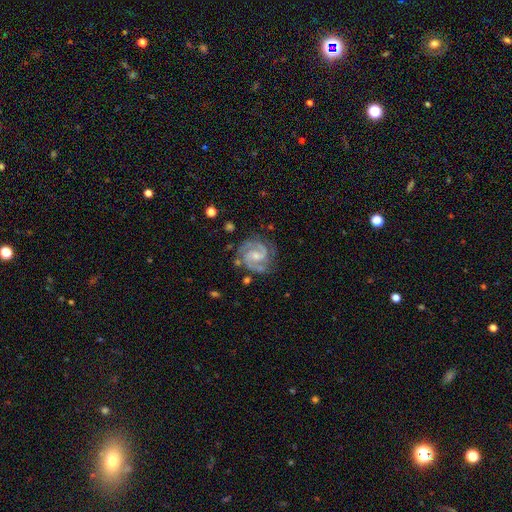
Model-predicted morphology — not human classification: Smooth or featured?
  - featured or disk: 91% *
  - smooth: 5%
  - star or artifact: 5%
Edge-on disk?
  - no: 98% *
  - yes: 2%
Bar?
  - weak: 46% *
  - no: 42%
  - strong: 12%
Spiral arms?
  - yes: 98% *
  - no: 2%
Spiral winding?
  - medium: 52% *
  - tight: 40%
  - loose: 8%
Spiral arm count?
  - 2: 83% *
  - 3: 10%
  - can't tell: 3%
  - 4: 2%
  - 1: 1%
  - more than 4: 1%
Bulge size?
  - small: 57% *
  - moderate: 33%
  - none: 8%
  - large: 2%
  - dominant: 1%
Merging?
  - none: 75% *
  - minor disturbance: 17%
  - major disturbance: 6%
  - merger: 3%